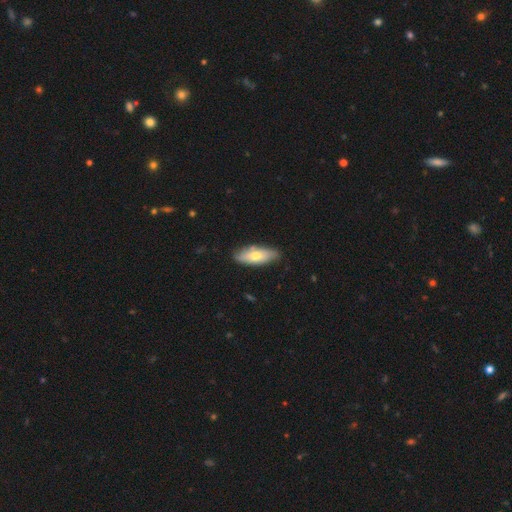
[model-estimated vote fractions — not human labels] Smooth or featured: smooth — 65% (featured or disk — 30%)
How rounded: in between — 73% (cigar-shaped — 25%)
Merging: none — 81% (minor disturbance — 14%)